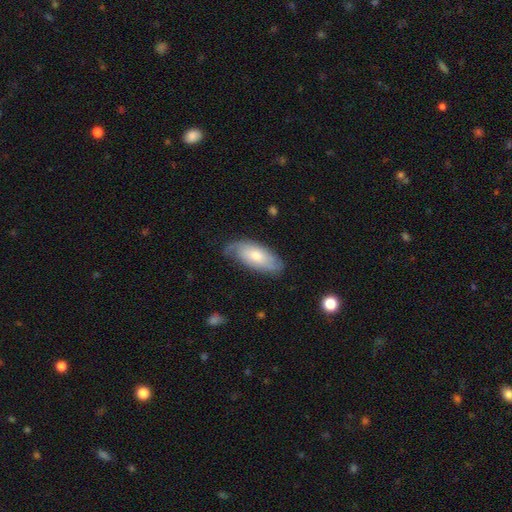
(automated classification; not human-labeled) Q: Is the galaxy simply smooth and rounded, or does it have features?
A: smooth — 50%.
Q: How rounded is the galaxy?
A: in between — 86%.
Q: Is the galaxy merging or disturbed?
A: none — 67%.